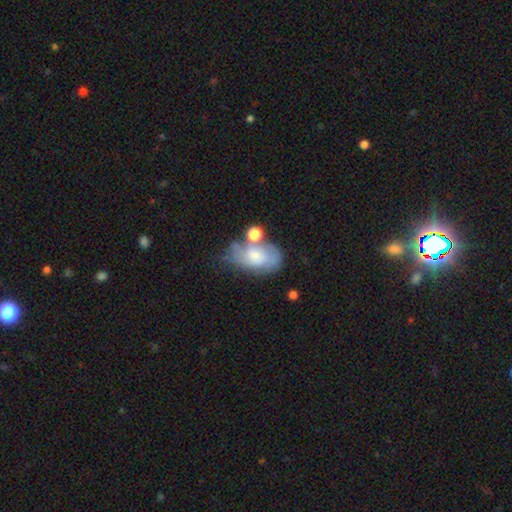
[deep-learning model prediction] The model was most divided on "smooth or featured": smooth: 46%, featured or disk: 45%, star or artifact: 9%. Remaining: merging — none (36%).